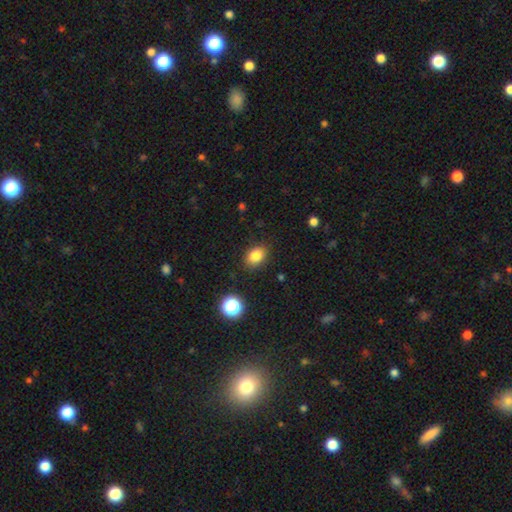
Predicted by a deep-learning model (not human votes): Smooth or featured?
  - smooth: 83% *
  - star or artifact: 12%
  - featured or disk: 6%
How rounded?
  - in between: 67% *
  - round: 32%
  - cigar-shaped: 1%
Merging?
  - none: 86% *
  - minor disturbance: 10%
  - major disturbance: 3%
  - merger: 2%